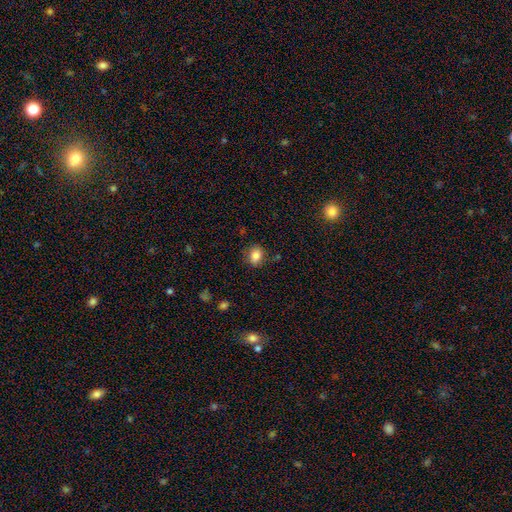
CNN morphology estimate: smooth 83%, star or artifact 10%, featured or disk 7%. Down the decision tree: how rounded — in between (51%); merging — none (76%).